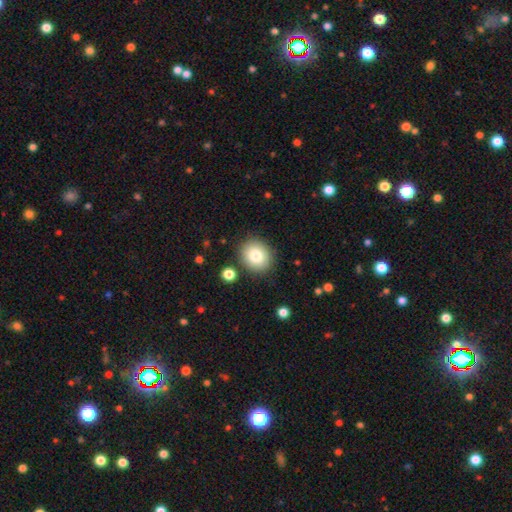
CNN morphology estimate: The model was most divided on "how rounded": round: 75%, in between: 24%, cigar-shaped: 1%. More confident: merging — none (86%); smooth or featured — smooth (81%).